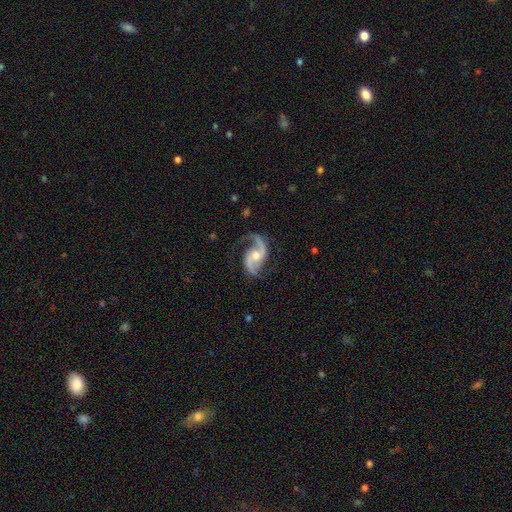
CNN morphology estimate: smooth_or_featured: featured or disk (p=0.92) [alt: smooth p=0.04]
disk_edge_on: no (p=0.98) [alt: yes p=0.02]
bar: no (p=0.51) [alt: weak p=0.38]
has_spiral_arms: yes (p=0.98) [alt: no p=0.02]
spiral_winding: medium (p=0.49) [alt: loose p=0.40]
spiral_arm_count: 2 (p=0.91) [alt: 1 p=0.04]
bulge_size: moderate (p=0.61) [alt: small p=0.28]
merging: none (p=0.72) [alt: minor disturbance p=0.17]